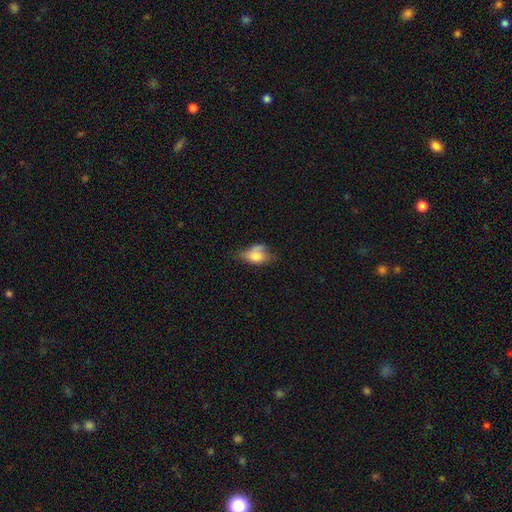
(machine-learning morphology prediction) This is likely a smooth galaxy (69%). How rounded: clearly in between (83%). Merging: marginally minor disturbance (34%).